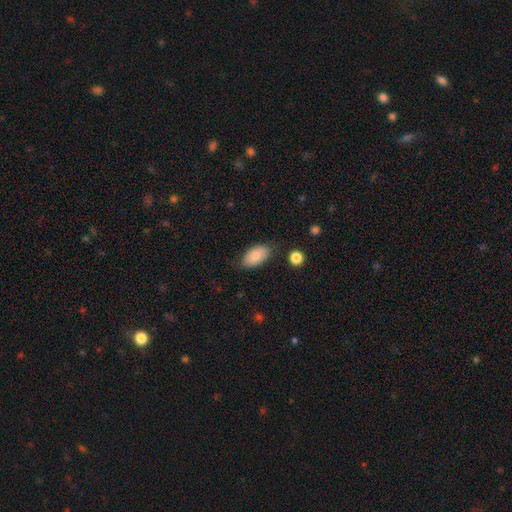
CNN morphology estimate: type=smooth (84%); roundness=in between (94%); merging=none (76%).